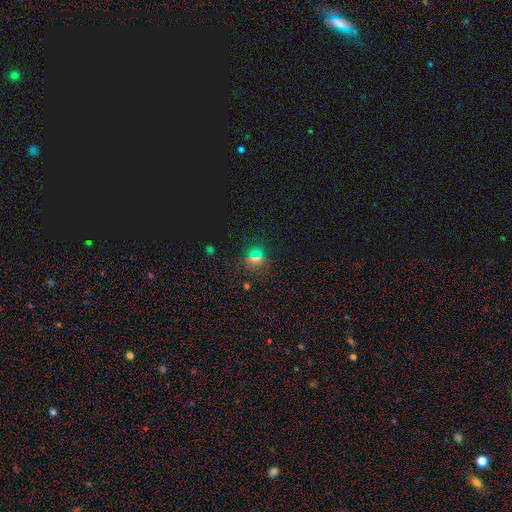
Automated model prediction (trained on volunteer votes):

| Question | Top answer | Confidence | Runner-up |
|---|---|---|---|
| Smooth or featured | smooth | 51% | star or artifact (40%) |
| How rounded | round | 85% | in between (12%) |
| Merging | none | 85% | minor disturbance (8%) |